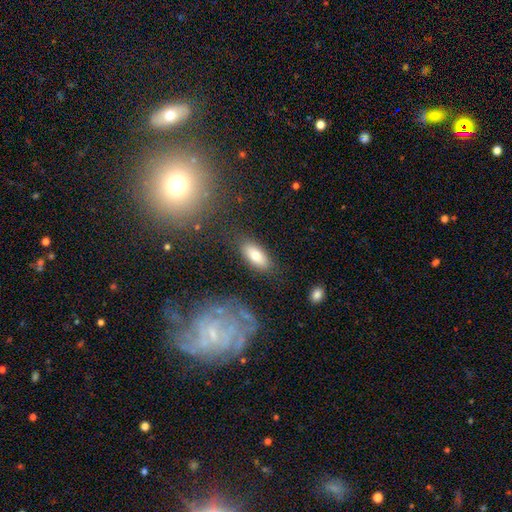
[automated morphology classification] type=smooth (76%); roundness=in between (86%); merging=none (80%).